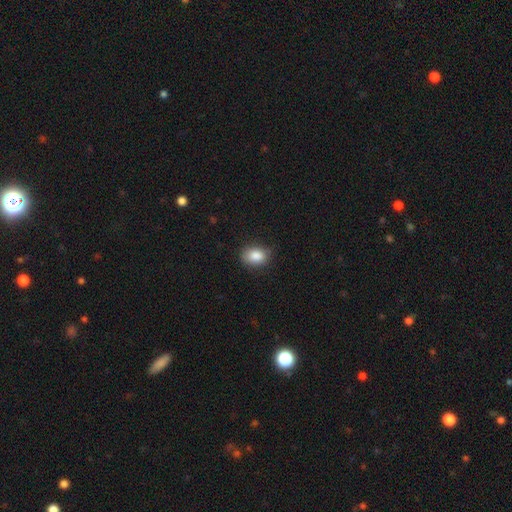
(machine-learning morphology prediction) This appears to be a smooth galaxy with no disk features (87%) that is in between round and cigar-shaped (72%). Merging: none (78%).